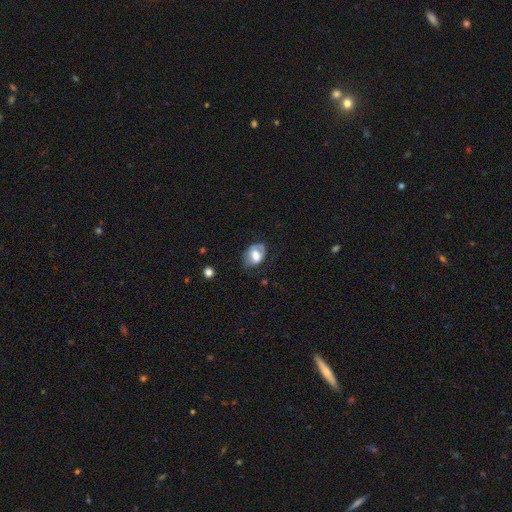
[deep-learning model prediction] Smooth or featured?
  - smooth: 57% *
  - featured or disk: 35%
  - star or artifact: 8%
How rounded?
  - in between: 77% *
  - round: 21%
  - cigar-shaped: 1%
Merging?
  - none: 53% *
  - minor disturbance: 30%
  - major disturbance: 16%
  - merger: 2%